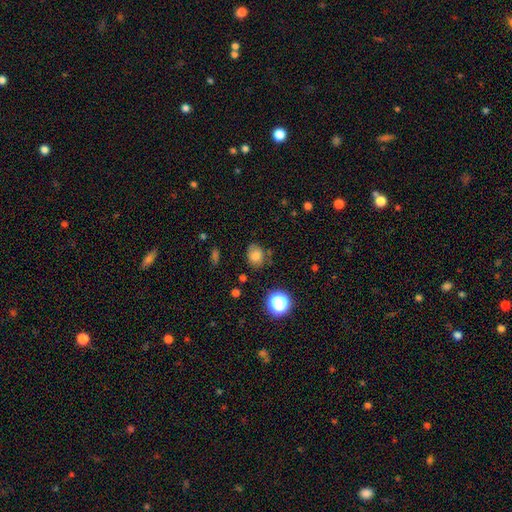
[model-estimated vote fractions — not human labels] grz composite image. It shows a smooth galaxy with no disk features (77%) that is round (55%). Merging: none (70%).